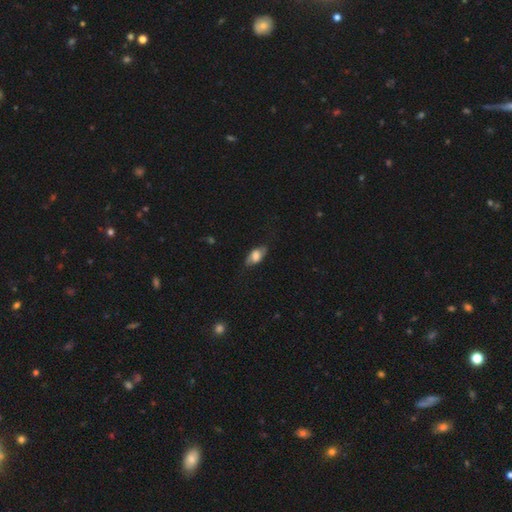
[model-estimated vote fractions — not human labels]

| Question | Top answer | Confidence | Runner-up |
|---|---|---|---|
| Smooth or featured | smooth | 61% | featured or disk (31%) |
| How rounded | in between | 86% | cigar-shaped (8%) |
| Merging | none | 73% | minor disturbance (20%) |